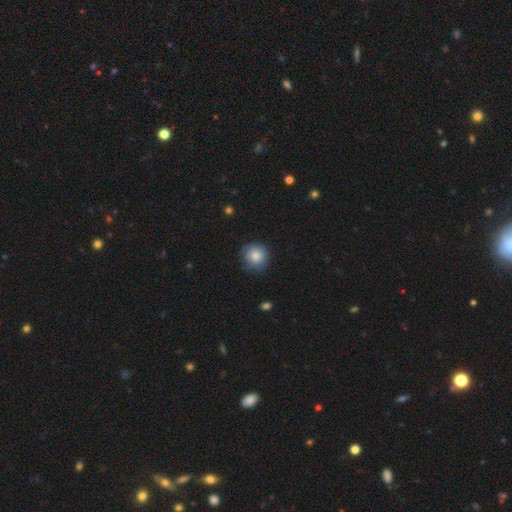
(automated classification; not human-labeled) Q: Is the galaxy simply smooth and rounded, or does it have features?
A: smooth — 81%.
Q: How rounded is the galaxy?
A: round — 90%.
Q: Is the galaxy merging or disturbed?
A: none — 76%.